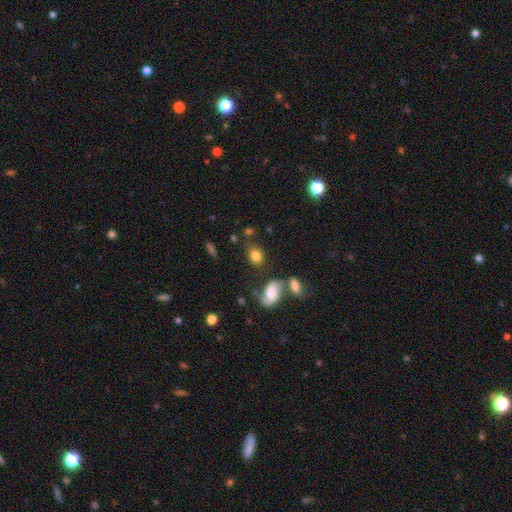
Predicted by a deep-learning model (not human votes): smooth_or_featured: smooth (p=0.77) [alt: featured or disk p=0.14]
how_rounded: in between (p=0.64) [alt: round p=0.34]
merging: none (p=0.65) [alt: minor disturbance p=0.18]